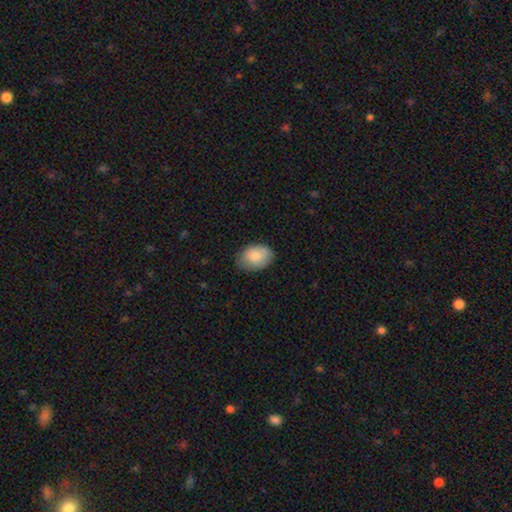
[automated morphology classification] A smooth galaxy with no disk features (82%) that is in between round and cigar-shaped (79%).

Vote fractions:
- Smooth or featured? smooth: 82% / featured or disk: 12% / star or artifact: 6%
- How rounded? in between: 79% / round: 20% / cigar-shaped: 1%
- Merging? none: 74% / minor disturbance: 21% / major disturbance: 4% / merger: 1%